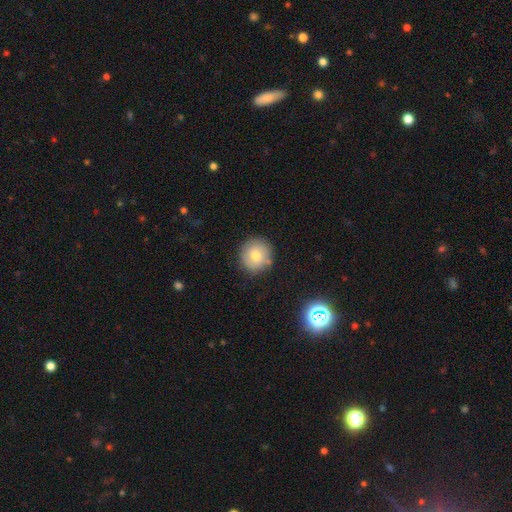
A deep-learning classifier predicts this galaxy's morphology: This appears to be a smooth galaxy with no disk features (75%) that is round (92%). Merging: none (85%).